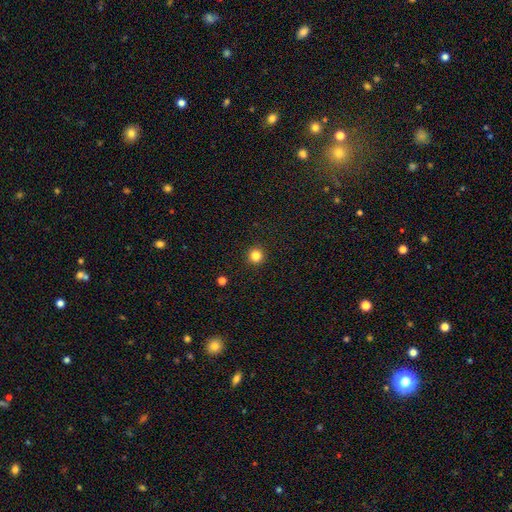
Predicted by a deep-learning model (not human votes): The model was most divided on "smooth or featured": smooth: 84%, star or artifact: 12%, featured or disk: 4%. More confident: how rounded — round (95%); merging — none (93%).